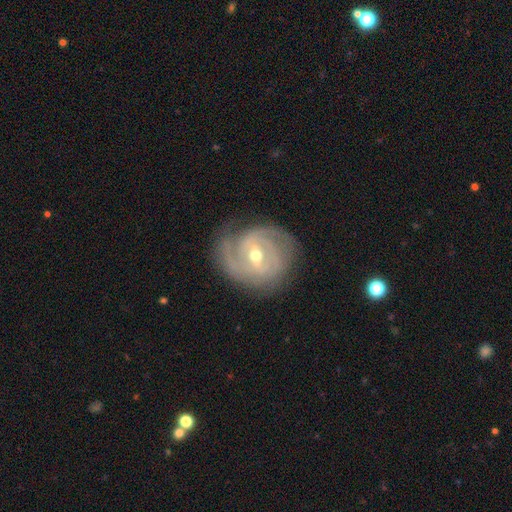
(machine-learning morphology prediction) This appears to be a featured or disk galaxy (88%) with a weak bar (50%), 2 (34%) tight (64%) spiral arms (96%) and a moderate central bulge (54%). Merging: none (75%).